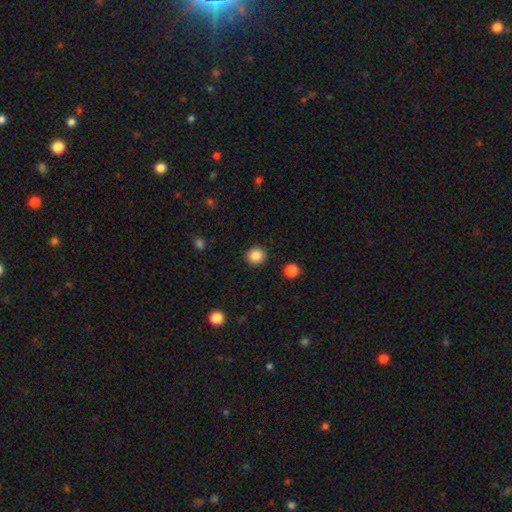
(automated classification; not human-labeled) Smooth or featured?
  - smooth: 87% *
  - star or artifact: 10%
  - featured or disk: 4%
How rounded?
  - round: 90% *
  - in between: 9%
  - cigar-shaped: 1%
Merging?
  - none: 92% *
  - minor disturbance: 5%
  - major disturbance: 2%
  - merger: 1%